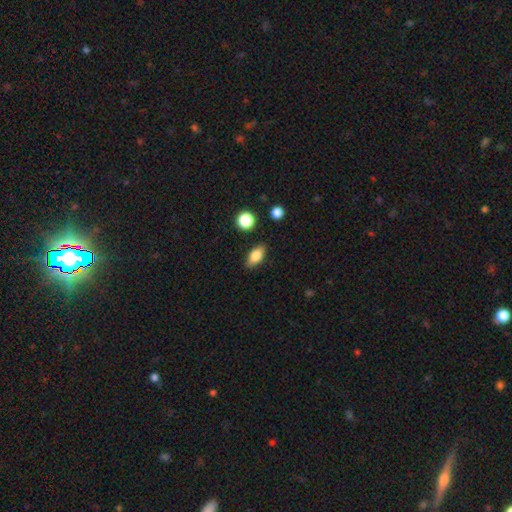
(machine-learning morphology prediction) Smooth or featured? Predicted: smooth (p=0.79). How rounded? Predicted: in between (p=0.83). Merging? Predicted: none (p=0.86).